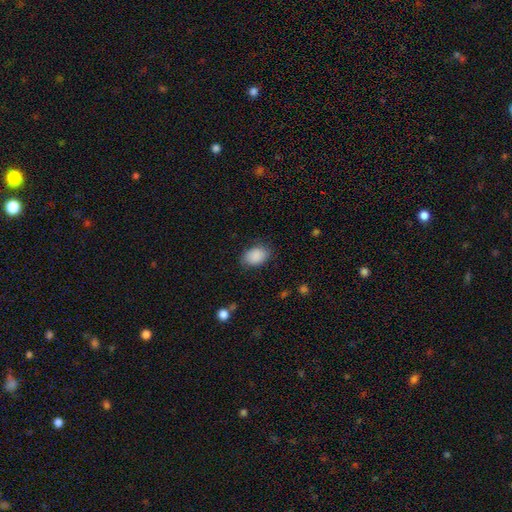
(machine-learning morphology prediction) Smooth or featured? Predicted: smooth (p=0.89). How rounded? Predicted: in between (p=0.79). Merging? Predicted: none (p=0.80).